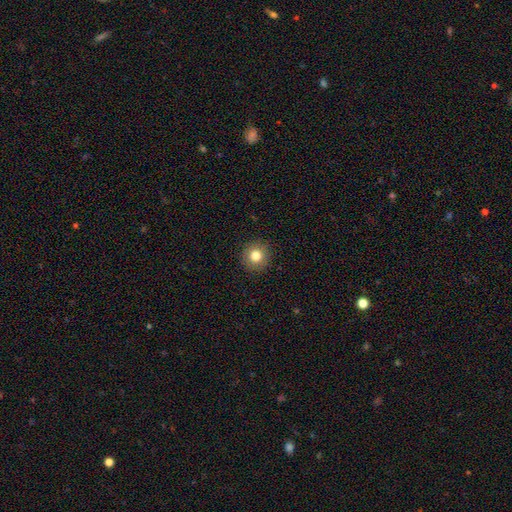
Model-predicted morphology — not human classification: Q: Smooth or featured?
A: smooth (81%); runner-up: star or artifact (10%)
Q: How rounded?
A: round (92%); runner-up: in between (7%)
Q: Merging?
A: none (91%); runner-up: minor disturbance (6%)